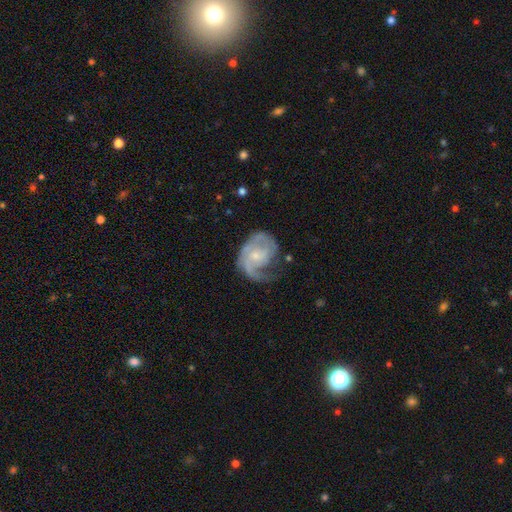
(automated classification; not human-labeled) Overall: featured or disk (80%). Edge-on disk: no (98%). Bar: no (62%; weak 33%). Spiral arms: yes (92%). Spiral arm count: 2 (40%; 1 32%). Spiral winding: medium (43%; tight 35%). Bulge size: small (61%; moderate 30%). Merging: none (45%; major disturbance 28%).